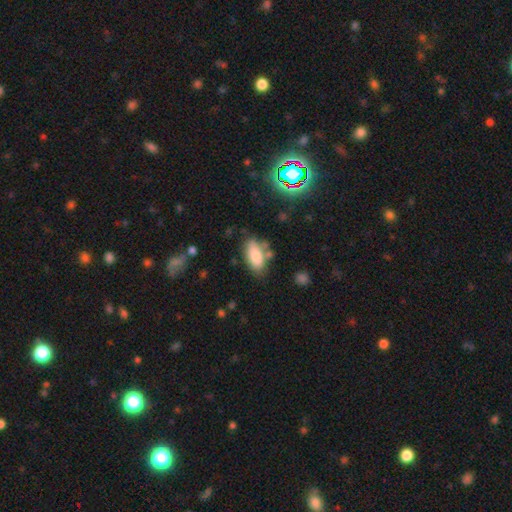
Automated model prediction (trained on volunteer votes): This is clearly a smooth galaxy (80%). How rounded: clearly in between (86%). Merging: likely none (66%).